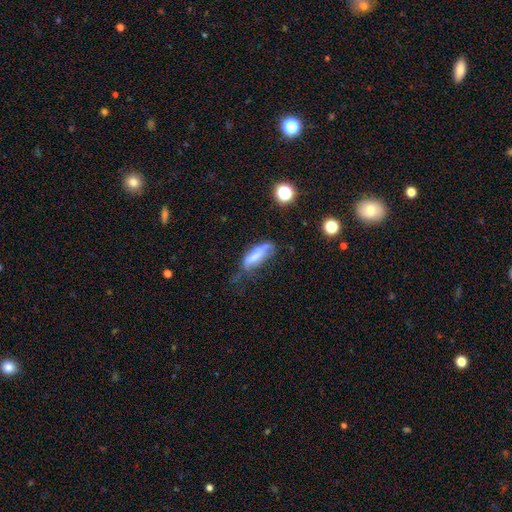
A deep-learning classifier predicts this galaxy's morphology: This appears to be a smooth galaxy with no disk features (56%) that is in between round and cigar-shaped (60%). Merging: minor disturbance (34%).